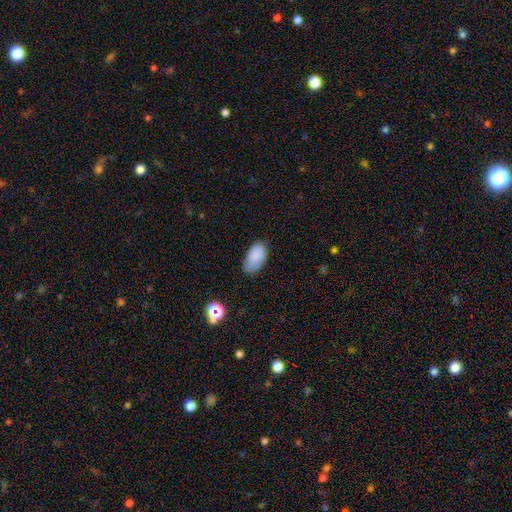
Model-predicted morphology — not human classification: Smooth or featured? Predicted: smooth (p=0.85). How rounded? Predicted: in between (p=0.94). Merging? Predicted: none (p=0.67).